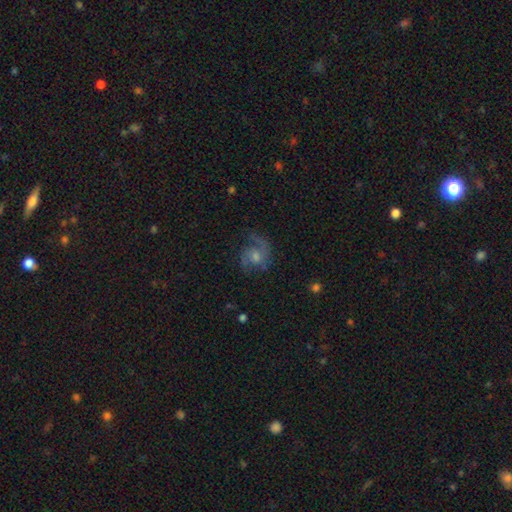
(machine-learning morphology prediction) Q: Smooth or featured?
A: featured or disk (74%); runner-up: smooth (18%)
Q: Edge-on disk?
A: no (98%); runner-up: yes (2%)
Q: Bar?
A: no (62%); runner-up: weak (33%)
Q: Spiral arms?
A: yes (93%); runner-up: no (7%)
Q: Spiral winding?
A: medium (50%); runner-up: loose (32%)
Q: Spiral arm count?
A: 2 (70%); runner-up: 1 (15%)
Q: Bulge size?
A: moderate (46%); runner-up: small (33%)
Q: Merging?
A: none (60%); runner-up: minor disturbance (20%)